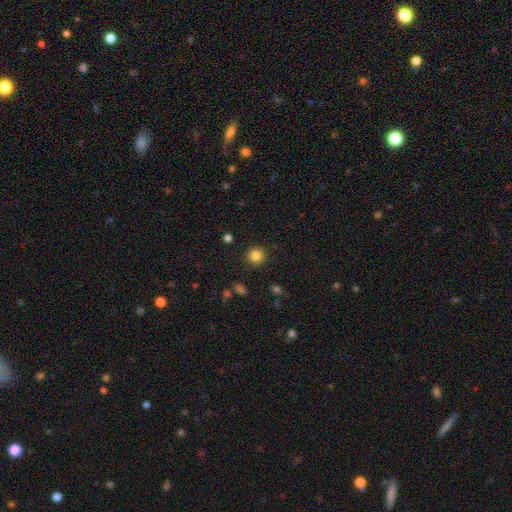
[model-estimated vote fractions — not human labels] smooth 84%, star or artifact 11%, featured or disk 5%. Down the decision tree: how rounded — round (94%); merging — none (91%).